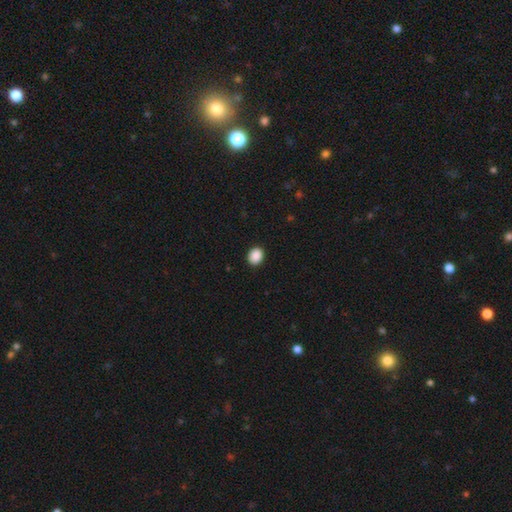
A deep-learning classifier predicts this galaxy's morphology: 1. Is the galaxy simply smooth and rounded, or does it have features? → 89% smooth, 8% star or artifact, 2% featured or disk.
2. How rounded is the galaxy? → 58% round, 41% in between, 1% cigar-shaped.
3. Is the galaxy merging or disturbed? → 91% none, 7% minor disturbance, 2% major disturbance, 1% merger.